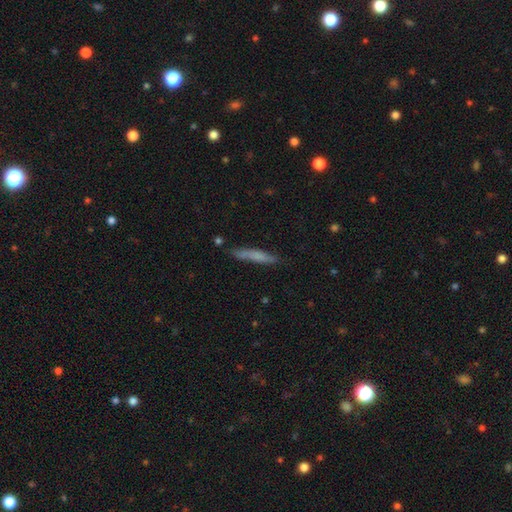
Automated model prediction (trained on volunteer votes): A smooth galaxy with no disk features (65%) that is cigar-shaped (93%).

Vote fractions:
- Smooth or featured? smooth: 65% / featured or disk: 28% / star or artifact: 7%
- How rounded? cigar-shaped: 93% / in between: 6% / round: 2%
- Merging? none: 78% / minor disturbance: 16% / major disturbance: 3% / merger: 3%